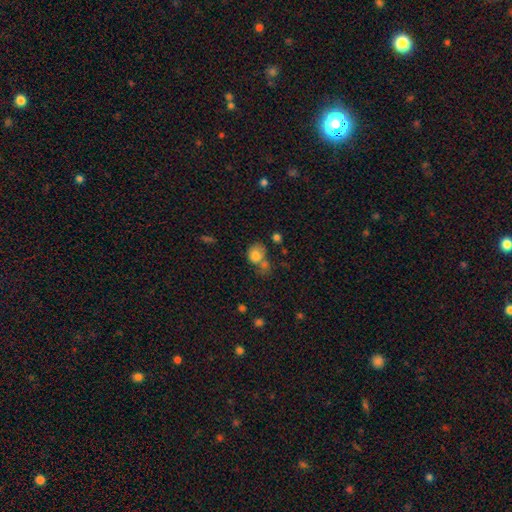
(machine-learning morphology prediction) A smooth galaxy with no disk features (79%) that is round (62%).

Vote fractions:
- Smooth or featured? smooth: 79% / featured or disk: 11% / star or artifact: 10%
- How rounded? round: 62% / in between: 37% / cigar-shaped: 1%
- Merging? merger: 38% / none: 36% / minor disturbance: 16% / major disturbance: 10%